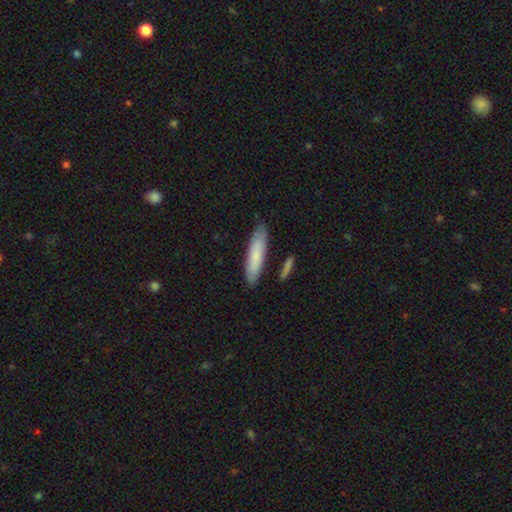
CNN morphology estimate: The model was most divided on "how rounded": cigar-shaped: 78%, in between: 21%, round: 1%. More confident: merging — none (82%); smooth or featured — smooth (79%).